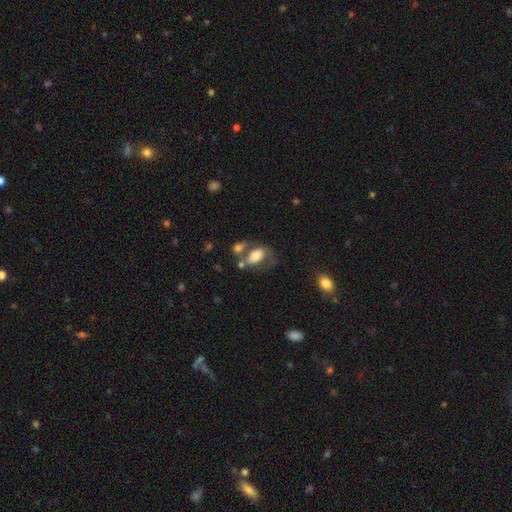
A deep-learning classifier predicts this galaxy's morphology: This is likely a smooth galaxy (67%). How rounded: clearly in between (88%). Merging: marginally none (36%).